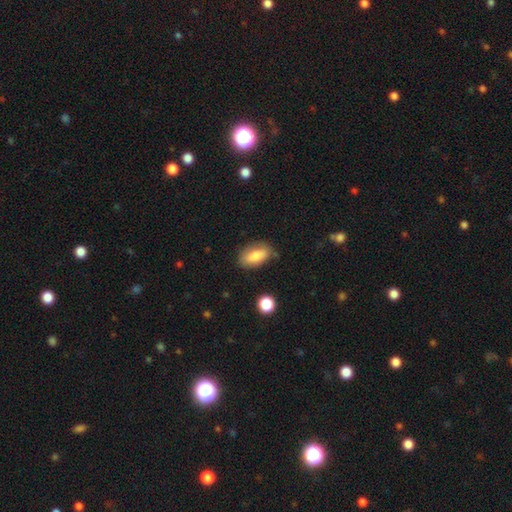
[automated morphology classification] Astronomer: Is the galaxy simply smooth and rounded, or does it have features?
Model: smooth — 80%.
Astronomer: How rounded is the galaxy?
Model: in between — 89%.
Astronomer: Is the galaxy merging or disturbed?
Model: none — 71%.